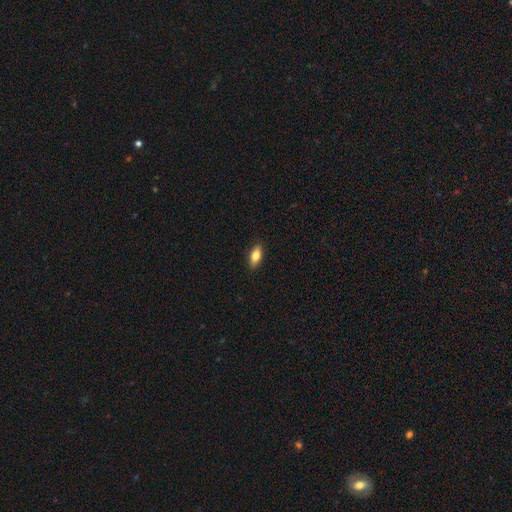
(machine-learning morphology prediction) This is likely a smooth galaxy (78%). How rounded: clearly in between (83%). Merging: clearly none (87%).